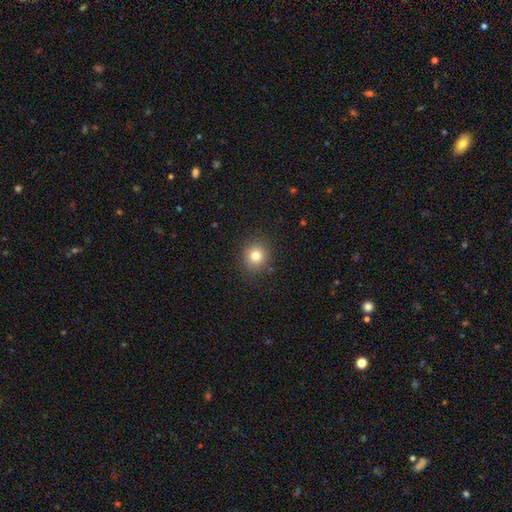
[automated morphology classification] A smooth galaxy with no disk features (80%) that is round (85%). Merging: none (88%).